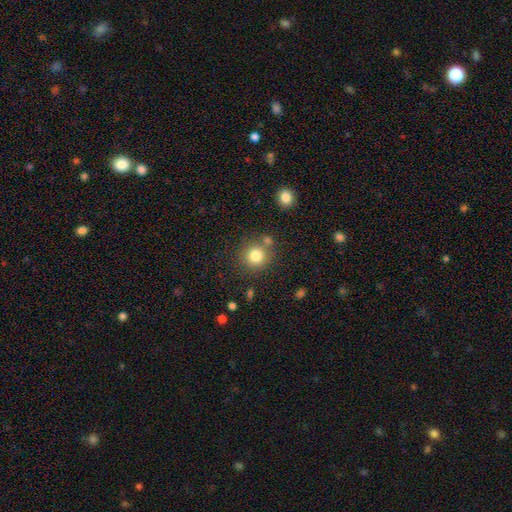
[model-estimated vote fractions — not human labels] A smooth galaxy with no disk features (81%) that is round (91%).

Vote fractions:
- Smooth or featured? smooth: 81% / star or artifact: 11% / featured or disk: 7%
- How rounded? round: 91% / in between: 8% / cigar-shaped: 1%
- Merging? none: 76% / merger: 11% / minor disturbance: 9% / major disturbance: 4%